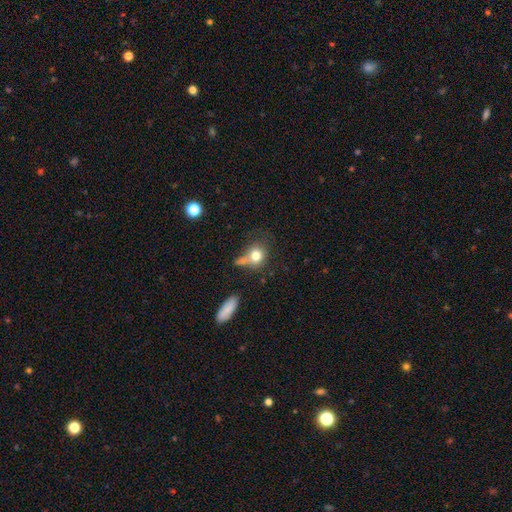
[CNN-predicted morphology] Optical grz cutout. It shows a smooth galaxy with no disk features (77%) that is round (68%). Merging: none (42%).